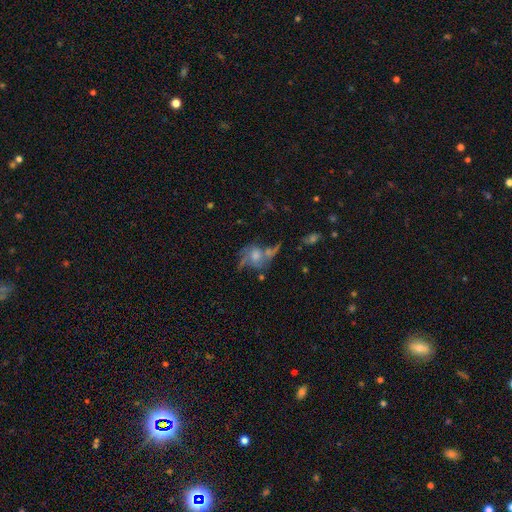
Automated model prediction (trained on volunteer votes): A featured or disk galaxy (65%) with no bar (68%), 2 (53%) loose (50%) spiral arms (79%) and a moderate central bulge (50%). Merging: none (37%).